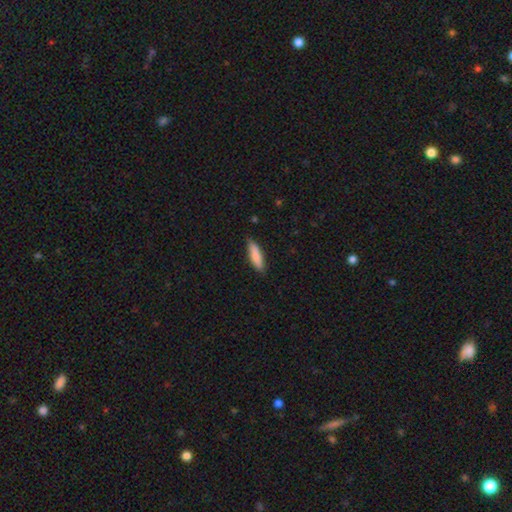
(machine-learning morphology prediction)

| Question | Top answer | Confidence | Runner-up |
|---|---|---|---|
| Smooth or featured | smooth | 83% | featured or disk (11%) |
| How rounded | cigar-shaped | 65% | in between (34%) |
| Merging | none | 81% | minor disturbance (16%) |